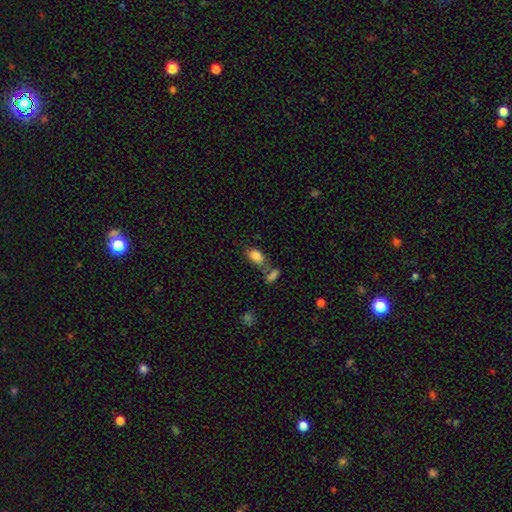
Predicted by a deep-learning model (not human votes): Q: Smooth or featured?
A: smooth (85%); runner-up: star or artifact (8%)
Q: How rounded?
A: in between (90%); runner-up: round (8%)
Q: Merging?
A: none (50%); runner-up: merger (27%)